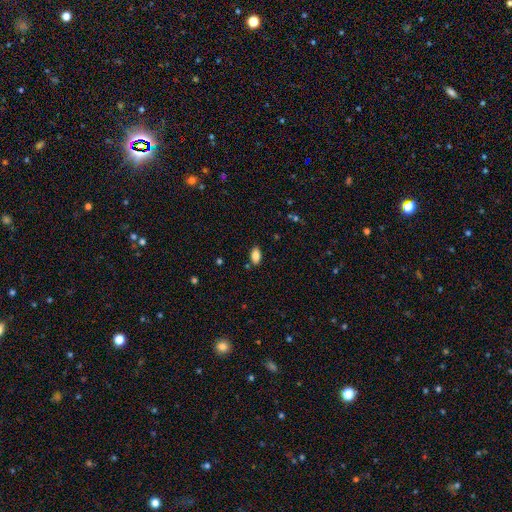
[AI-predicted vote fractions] Overall: smooth (86%). How rounded: in between (92%). Merging: none (85%).